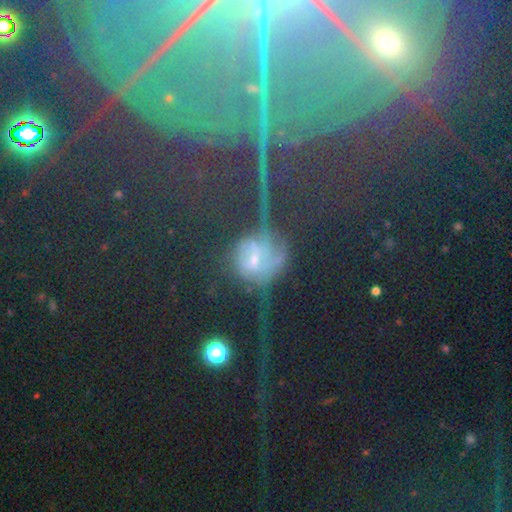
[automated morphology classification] smooth-or-featured: star or artifact: 50% | featured or disk: 26% | smooth: 24%